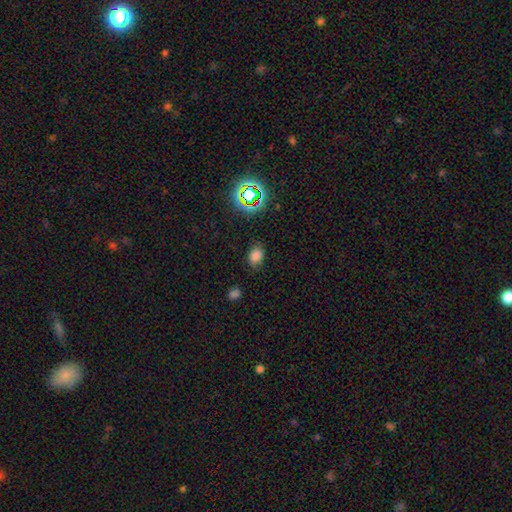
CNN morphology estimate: A smooth galaxy with no disk features (75%) that is in between round and cigar-shaped (68%). Merging: none (80%).